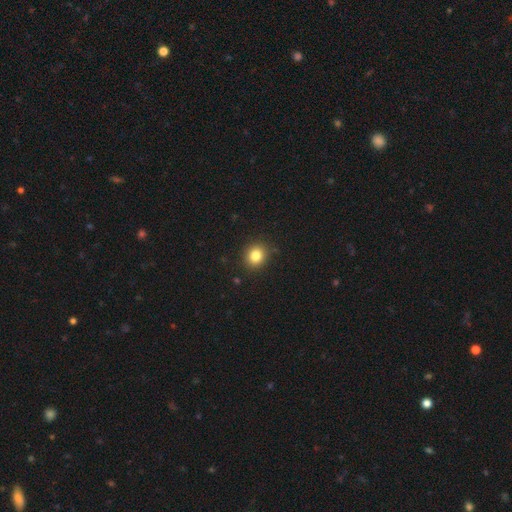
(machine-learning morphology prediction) A smooth galaxy with no disk features (83%) that is round (80%).

Vote fractions:
- Smooth or featured? smooth: 83% / star or artifact: 11% / featured or disk: 6%
- How rounded? round: 80% / in between: 19% / cigar-shaped: 1%
- Merging? none: 89% / minor disturbance: 8% / major disturbance: 2% / merger: 1%